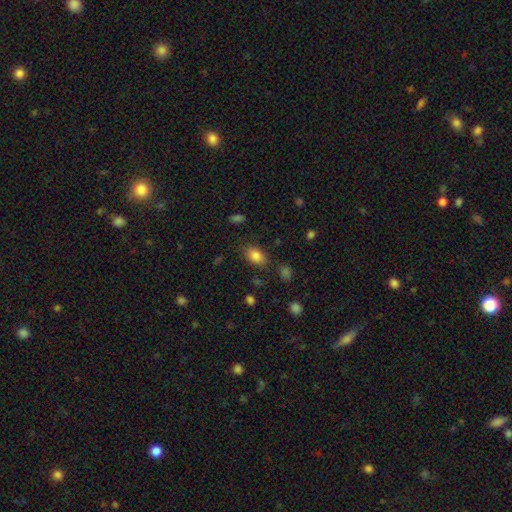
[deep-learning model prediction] Overall: smooth (84%). How rounded: in between (82%). Merging: none (77%).